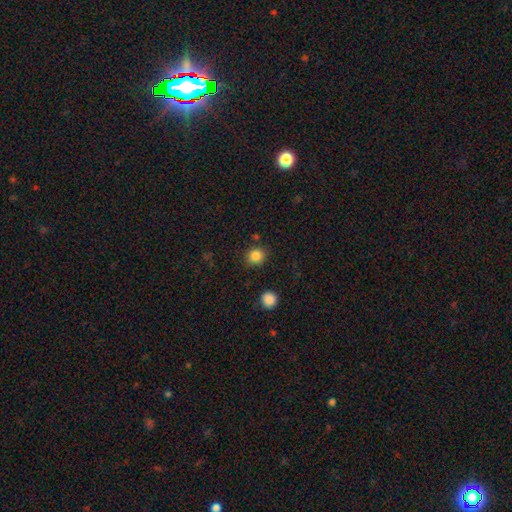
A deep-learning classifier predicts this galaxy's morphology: smooth-or-featured: smooth: 85% | star or artifact: 11% | featured or disk: 4%
  how-rounded: round: 83% | in between: 16% | cigar-shaped: 1%
  merging: none: 85% | minor disturbance: 9% | merger: 3% | major disturbance: 3%